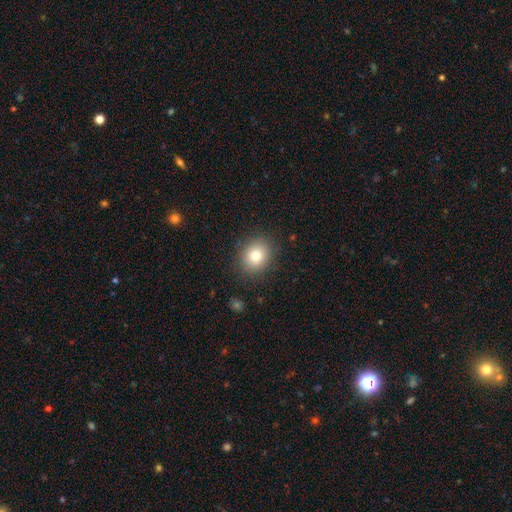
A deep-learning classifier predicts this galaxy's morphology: smooth 79%, star or artifact 11%, featured or disk 9%. Down the decision tree: how rounded — round (73%); merging — none (87%).